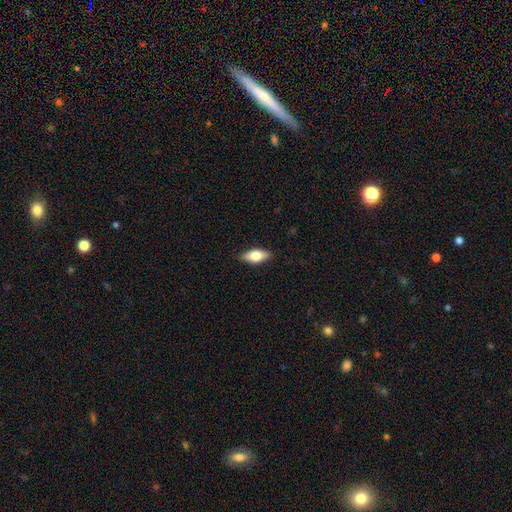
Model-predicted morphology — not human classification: Smooth or featured?
  - smooth: 70% *
  - featured or disk: 24%
  - star or artifact: 6%
How rounded?
  - in between: 83% *
  - cigar-shaped: 13%
  - round: 3%
Merging?
  - none: 87% *
  - minor disturbance: 10%
  - major disturbance: 2%
  - merger: 1%